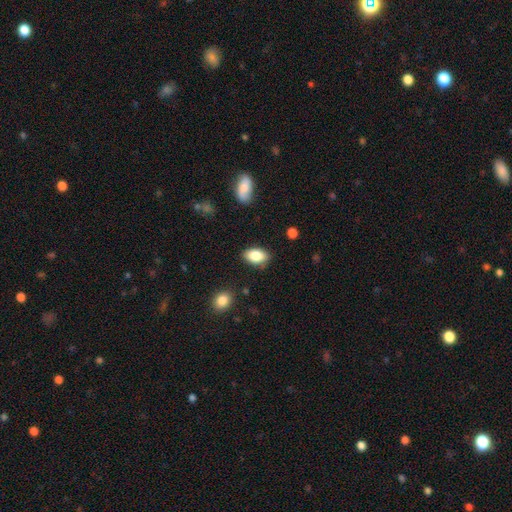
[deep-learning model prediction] Morphology: type=smooth (85%); roundness=in between (91%); merging=none (84%).